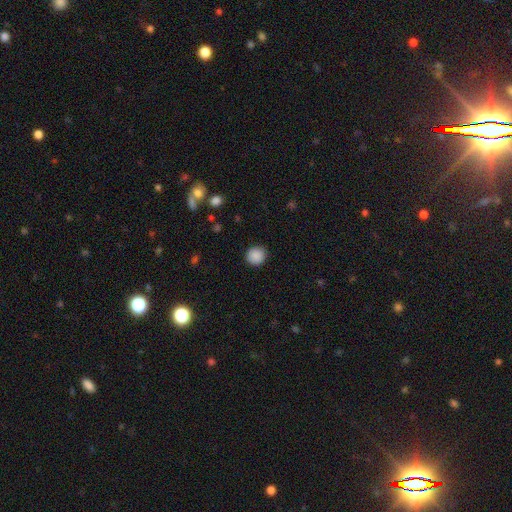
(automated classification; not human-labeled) This is clearly a smooth galaxy (89%). How rounded: clearly round (90%). Merging: clearly none (90%).